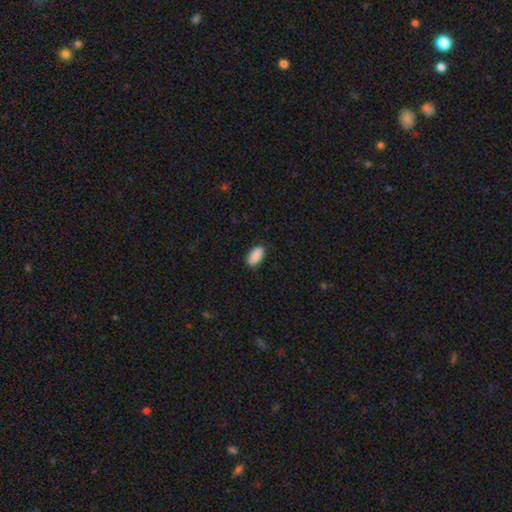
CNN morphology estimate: This is clearly a smooth galaxy (83%). How rounded: clearly in between (92%). Merging: clearly none (81%).